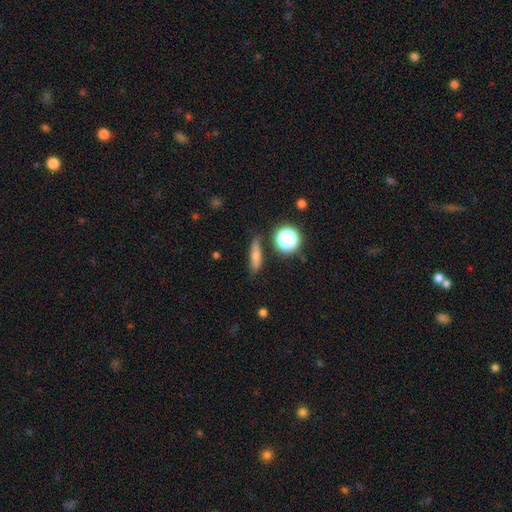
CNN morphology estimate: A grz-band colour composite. It shows a smooth galaxy with no disk features (64%) that is cigar-shaped (58%). Merging: none (77%).